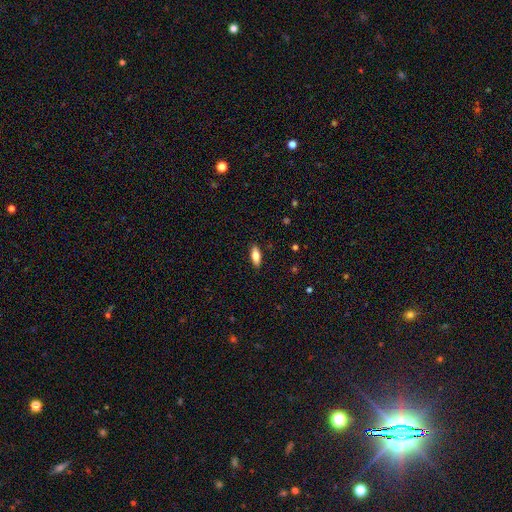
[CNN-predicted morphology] smooth 77%, featured or disk 16%, star or artifact 7%. Down the decision tree: how rounded — in between (73%); merging — none (89%).